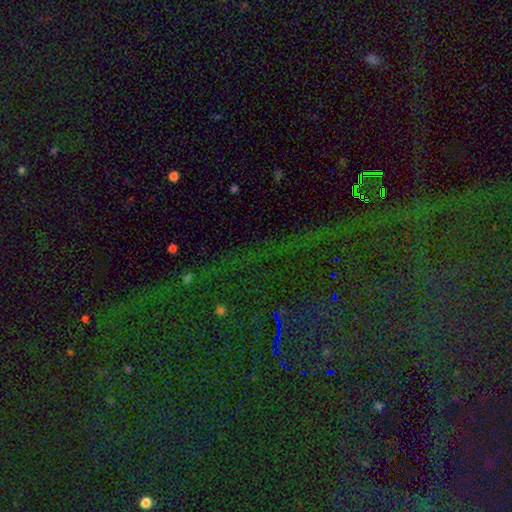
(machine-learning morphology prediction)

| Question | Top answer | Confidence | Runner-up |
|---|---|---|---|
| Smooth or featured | star or artifact | 83% | smooth (9%) |